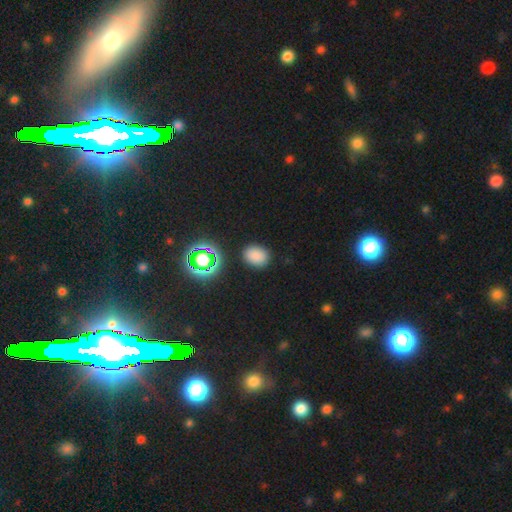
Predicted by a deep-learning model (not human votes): Smooth or featured?
  - smooth: 77% *
  - star or artifact: 18%
  - featured or disk: 5%
How rounded?
  - in between: 60% *
  - round: 39%
  - cigar-shaped: 1%
Merging?
  - none: 86% *
  - minor disturbance: 9%
  - major disturbance: 3%
  - merger: 2%